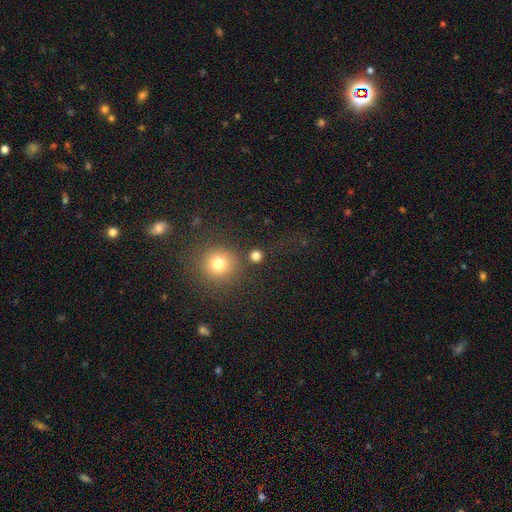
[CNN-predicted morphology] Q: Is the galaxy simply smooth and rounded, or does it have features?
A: smooth — 77%.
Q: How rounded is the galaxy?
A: round — 91%.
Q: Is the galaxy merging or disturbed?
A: none — 80%.